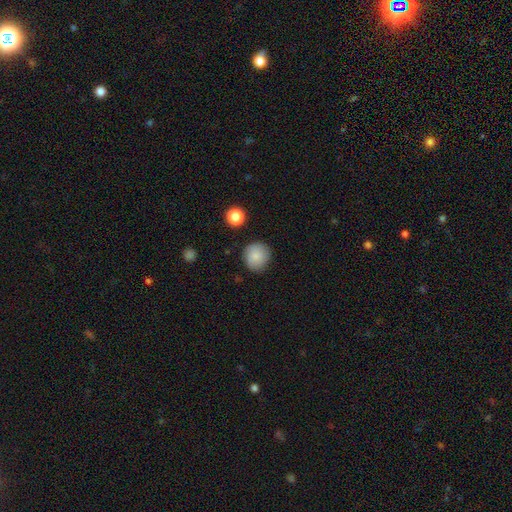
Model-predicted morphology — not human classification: Q: Smooth or featured?
A: smooth (85%); runner-up: star or artifact (8%)
Q: How rounded?
A: round (91%); runner-up: in between (9%)
Q: Merging?
A: none (85%); runner-up: minor disturbance (11%)